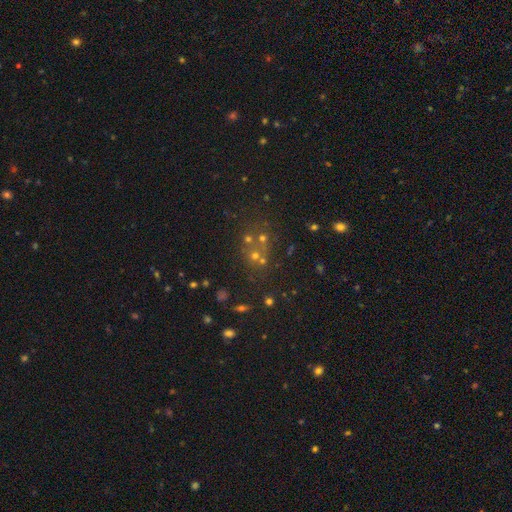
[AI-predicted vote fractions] Smooth or featured? star or artifact (45%)